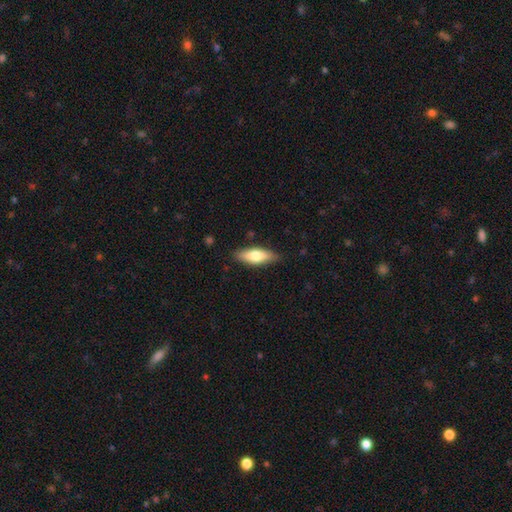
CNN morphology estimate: Smooth or featured? smooth (68%)
How rounded? in between (61%)
Merging? none (85%)